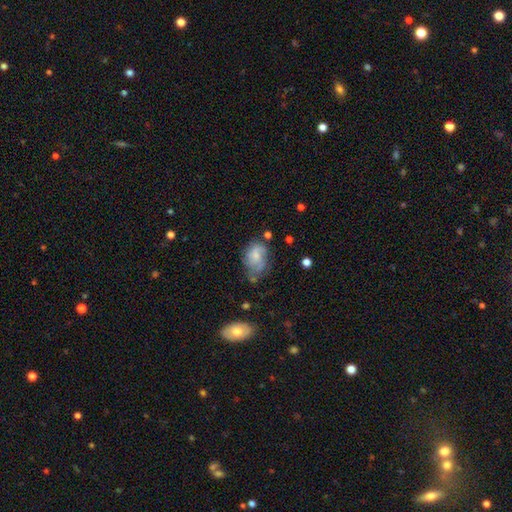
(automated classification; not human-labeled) This is possibly a smooth galaxy (46%). Merging: marginally none (39%).